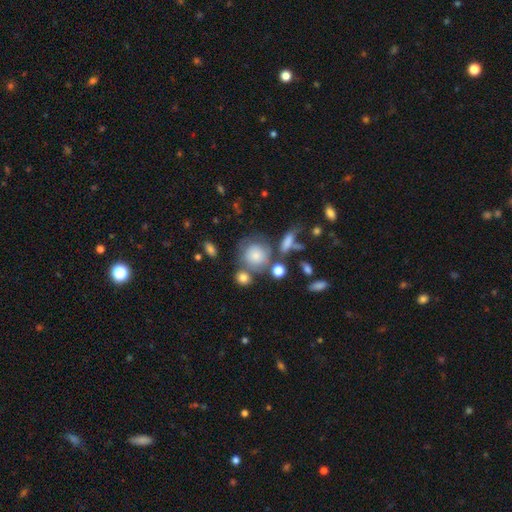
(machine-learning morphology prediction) The model was most divided on "merging": none: 46%, merger: 21%, minor disturbance: 20%, major disturbance: 13%. More confident: how rounded — round (82%); smooth or featured — smooth (71%).